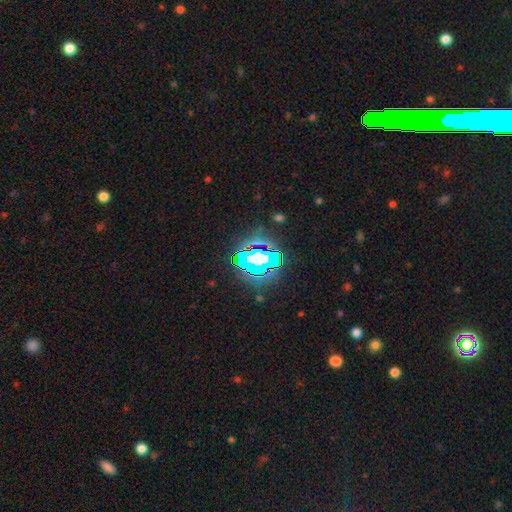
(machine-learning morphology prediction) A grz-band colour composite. It shows a star or artifact, not a galaxy (67%).